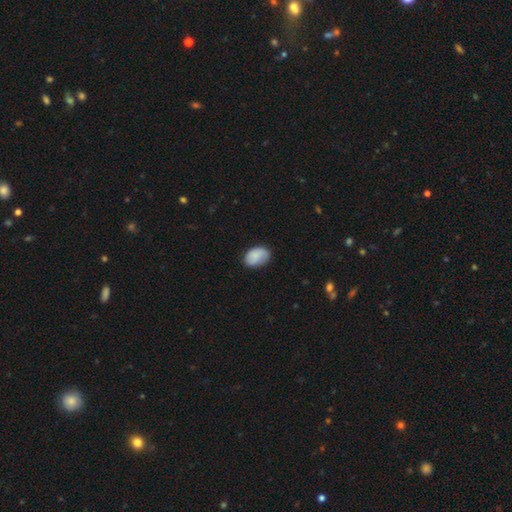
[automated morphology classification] Smooth or featured? smooth (81%)
How rounded? in between (87%)
Merging? none (74%)